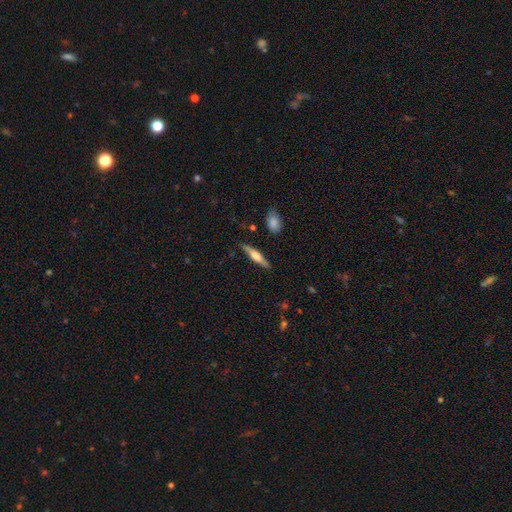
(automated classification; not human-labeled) Overall: featured or disk (51%; smooth 43%). Edge-on disk: yes (95%). Merging: none (83%).